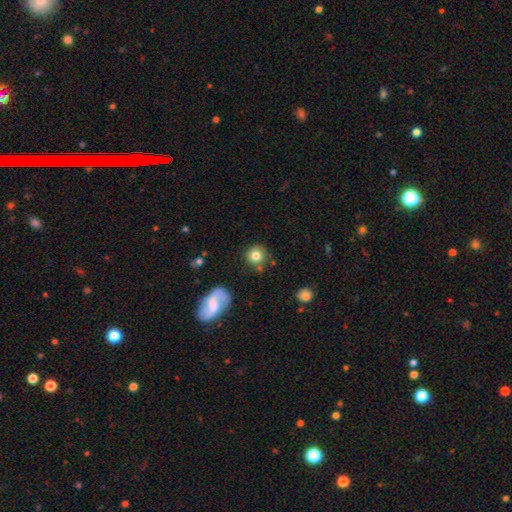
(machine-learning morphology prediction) The model was most divided on "merging": none: 78%, minor disturbance: 13%, merger: 5%, major disturbance: 4%. More confident: how rounded — round (91%); smooth or featured — smooth (78%).